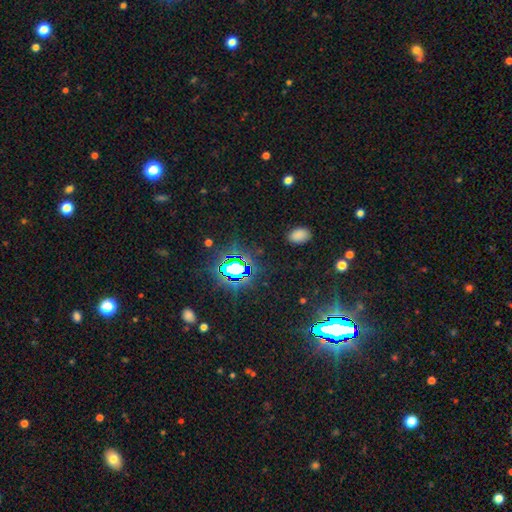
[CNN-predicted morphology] A star or artifact, not a galaxy (82%).